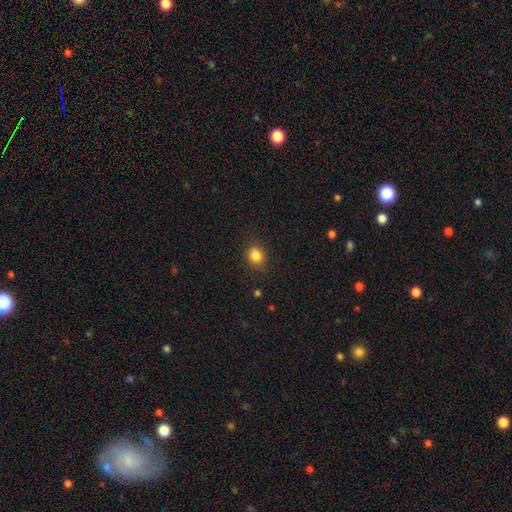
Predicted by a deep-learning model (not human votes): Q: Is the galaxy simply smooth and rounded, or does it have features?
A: smooth — 84%.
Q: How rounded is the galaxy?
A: round — 69%.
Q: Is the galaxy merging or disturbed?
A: none — 84%.